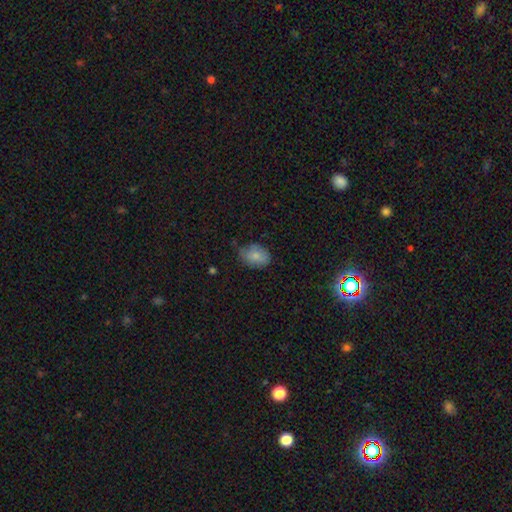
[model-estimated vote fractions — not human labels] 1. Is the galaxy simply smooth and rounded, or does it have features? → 80% smooth, 12% featured or disk, 8% star or artifact.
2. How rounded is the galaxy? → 76% in between, 23% round, 1% cigar-shaped.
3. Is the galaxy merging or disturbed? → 66% none, 27% minor disturbance, 5% major disturbance, 2% merger.